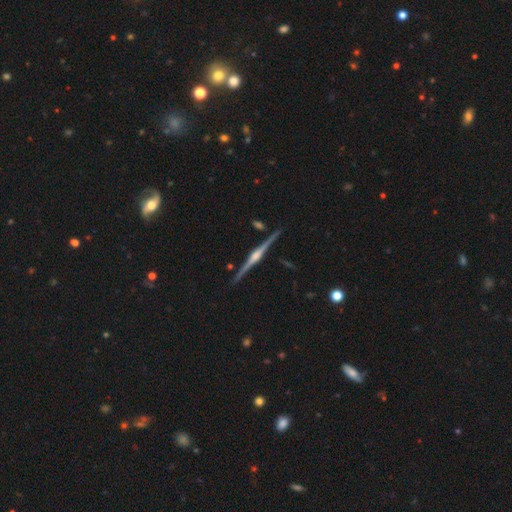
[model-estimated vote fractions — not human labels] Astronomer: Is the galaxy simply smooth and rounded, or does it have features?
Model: featured or disk — 90%.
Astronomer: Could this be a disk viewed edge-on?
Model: yes — 99%.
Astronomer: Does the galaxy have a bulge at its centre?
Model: rounded — 87%.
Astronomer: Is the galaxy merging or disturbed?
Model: none — 91%.